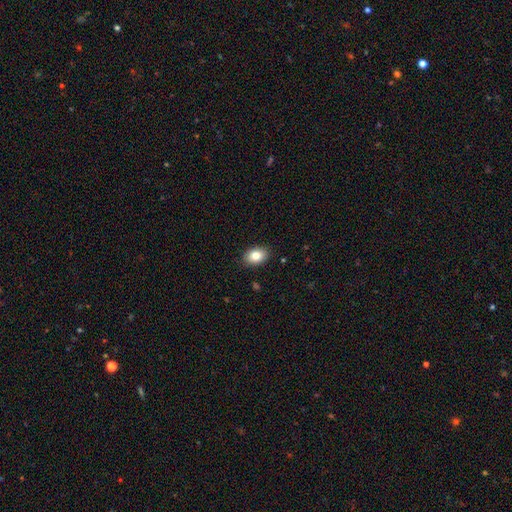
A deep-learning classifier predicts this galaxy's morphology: Smooth or featured? smooth (83%)
How rounded? in between (80%)
Merging? none (88%)